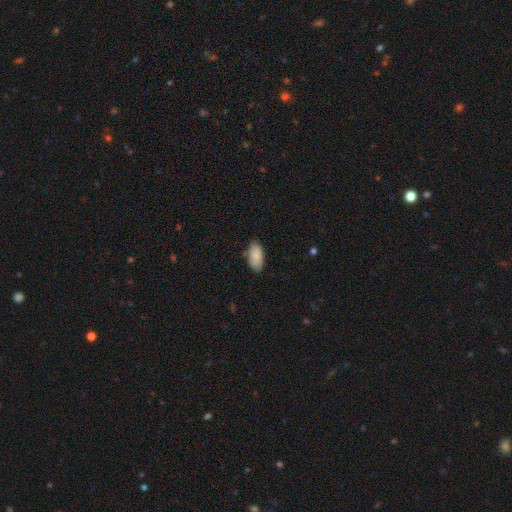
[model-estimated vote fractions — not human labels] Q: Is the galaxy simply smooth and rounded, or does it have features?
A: smooth — 82%.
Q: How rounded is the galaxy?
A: in between — 94%.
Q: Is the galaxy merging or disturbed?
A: none — 77%.